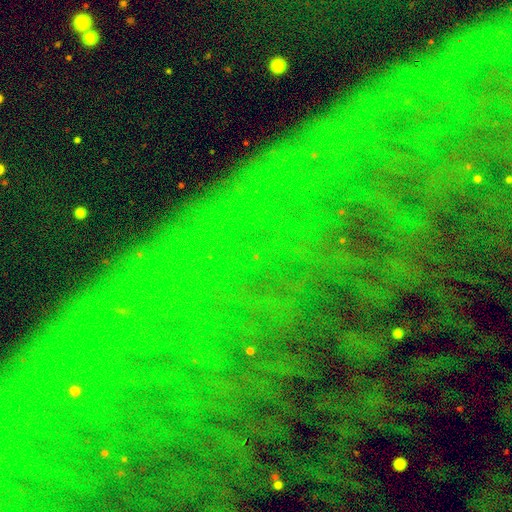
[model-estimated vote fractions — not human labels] This is clearly a star or artifact rather than a galaxy (83%).